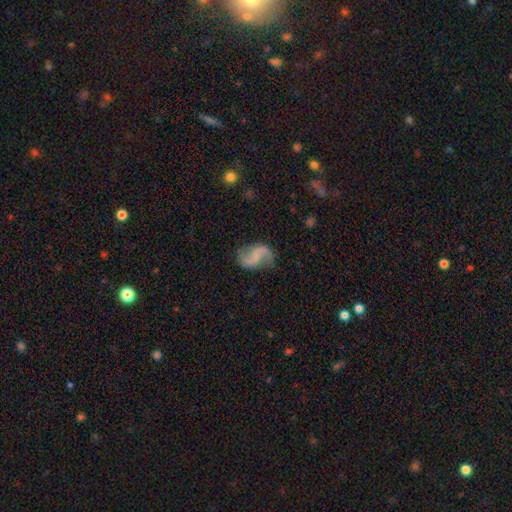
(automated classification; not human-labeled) Smooth or featured: featured or disk — 75% (smooth — 17%)
Edge-on disk: no — 98% (yes — 2%)
Bar: weak — 42% (no — 41%)
Spiral arms: yes — 94% (no — 6%)
Spiral winding: loose — 69% (medium — 25%)
Spiral arm count: 2 — 91% (1 — 3%)
Bulge size: none — 57% (small — 30%)
Merging: none — 73% (minor disturbance — 18%)